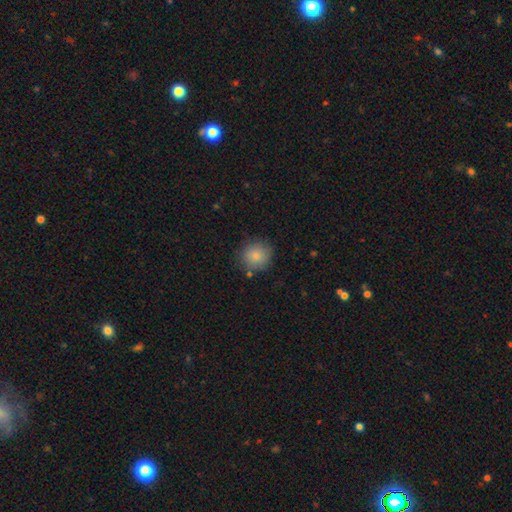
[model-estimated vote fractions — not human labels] Smooth or featured?
  - smooth: 84% *
  - star or artifact: 9%
  - featured or disk: 7%
How rounded?
  - round: 87% *
  - in between: 12%
  - cigar-shaped: 1%
Merging?
  - none: 80% *
  - minor disturbance: 13%
  - major disturbance: 4%
  - merger: 3%